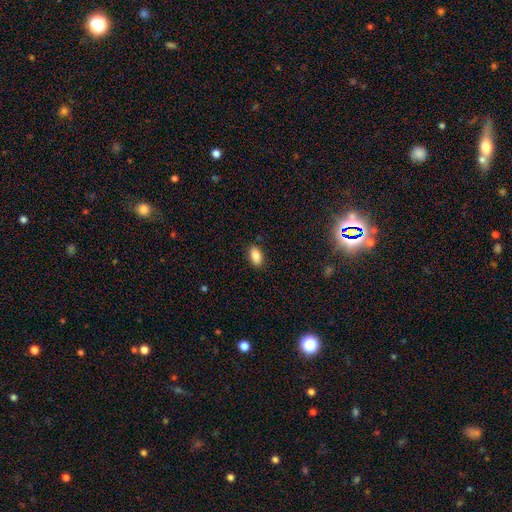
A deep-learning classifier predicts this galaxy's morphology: Smooth or featured? Predicted: smooth (p=0.87). How rounded? Predicted: in between (p=0.92). Merging? Predicted: none (p=0.87).